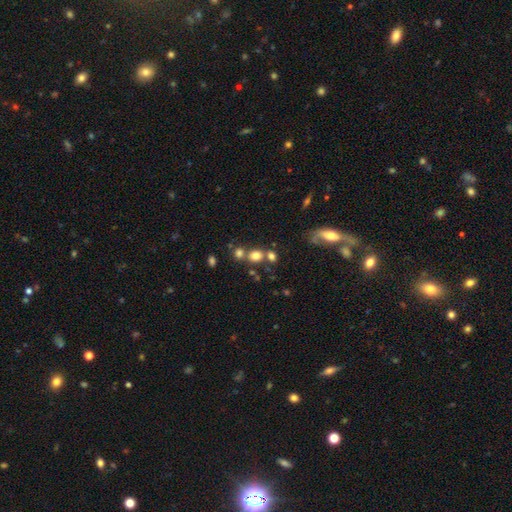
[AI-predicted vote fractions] This is likely a smooth galaxy (74%). How rounded: likely round (70%). Merging: possibly none (54%).